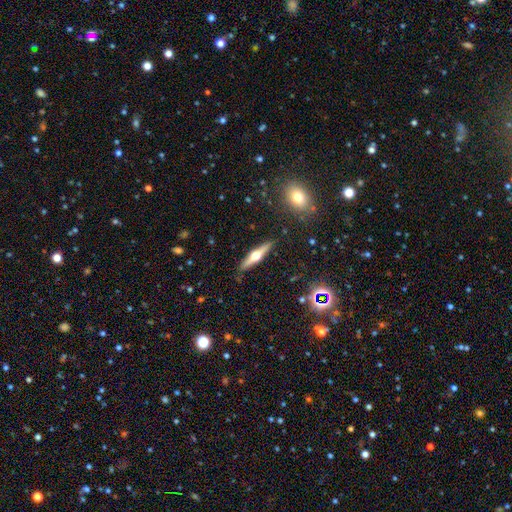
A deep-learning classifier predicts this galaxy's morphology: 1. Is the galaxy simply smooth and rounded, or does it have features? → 63% featured or disk, 30% smooth, 7% star or artifact.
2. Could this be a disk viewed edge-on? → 96% yes, 4% no.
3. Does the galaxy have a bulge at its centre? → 94% rounded, 3% boxy, 3% none.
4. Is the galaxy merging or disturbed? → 89% none, 8% minor disturbance, 2% major disturbance, 1% merger.